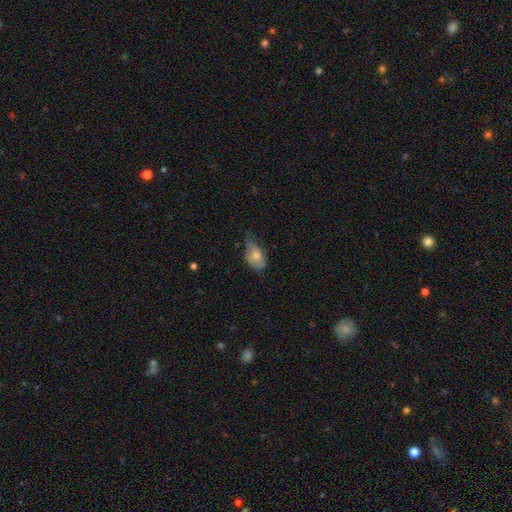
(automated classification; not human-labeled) smooth 72%, featured or disk 20%, star or artifact 7%. Down the decision tree: how rounded — in between (90%); merging — minor disturbance (44%).